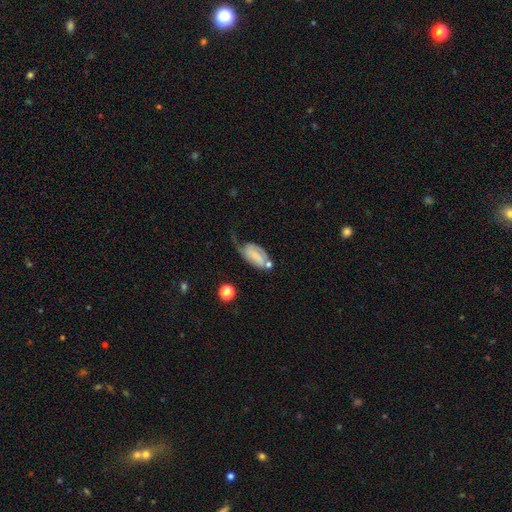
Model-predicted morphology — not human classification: The model was most divided on "smooth or featured": smooth: 47%, featured or disk: 44%, star or artifact: 9%. Remaining: merging — major disturbance (34%).